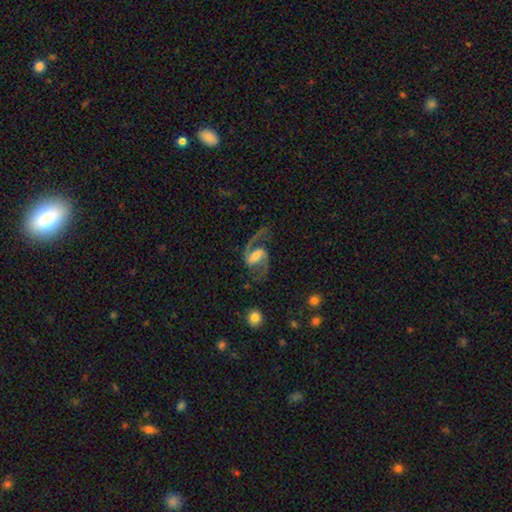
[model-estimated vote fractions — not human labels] Smooth or featured? Predicted: featured or disk (p=0.92). Edge-on disk? Predicted: no (p=0.98). Bar? Predicted: weak (p=0.47). Spiral arms? Predicted: yes (p=0.98). Spiral winding? Predicted: medium (p=0.55). Spiral arm count? Predicted: 2 (p=0.94). Bulge size? Predicted: moderate (p=0.49). Merging? Predicted: none (p=0.74).